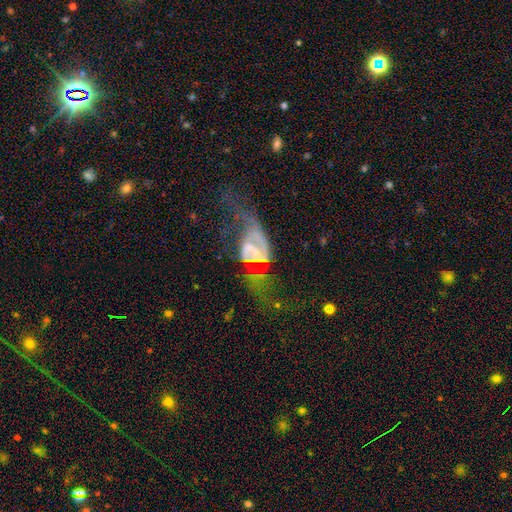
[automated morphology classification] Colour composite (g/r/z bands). It shows a featured or disk galaxy (71%) with no bar (51%), spiral arms (62%) and a small central bulge (36%). Merging: major disturbance (48%).